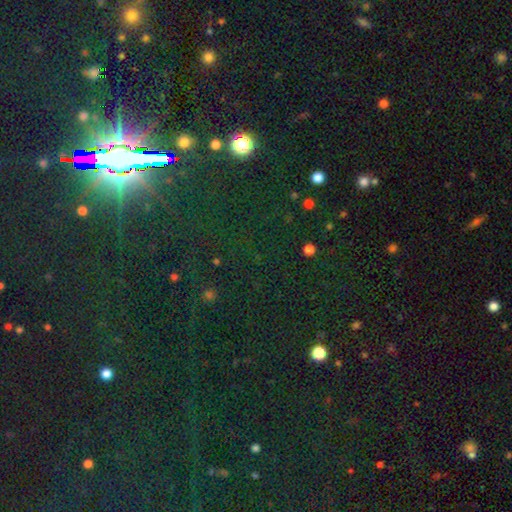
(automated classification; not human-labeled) Smooth or featured? Predicted: star or artifact (p=0.80).